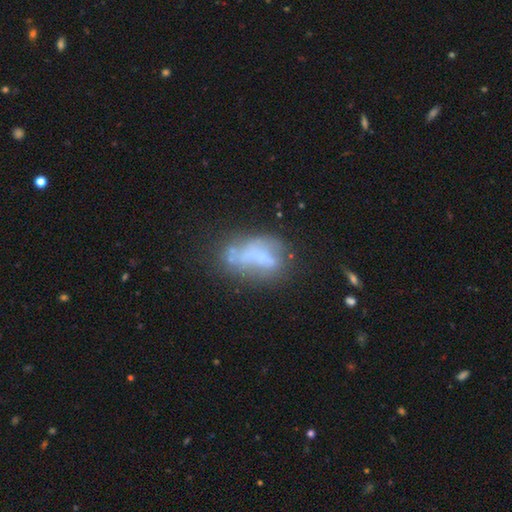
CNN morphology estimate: Smooth or featured: featured or disk — 46% (smooth — 41%)
Merging: none — 33% (major disturbance — 24%)